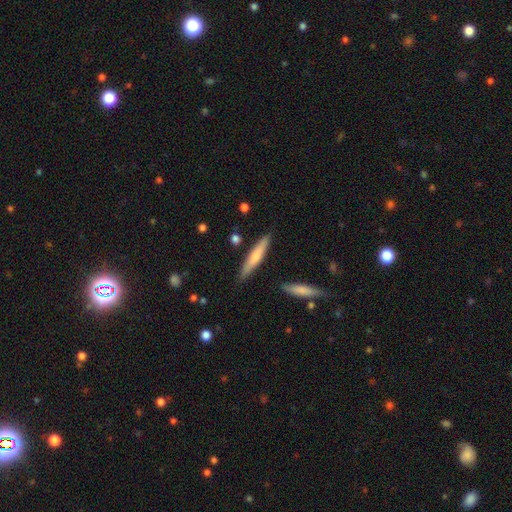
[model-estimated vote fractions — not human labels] Smooth or featured? Predicted: smooth (p=0.65). How rounded? Predicted: cigar-shaped (p=0.89). Merging? Predicted: none (p=0.85).